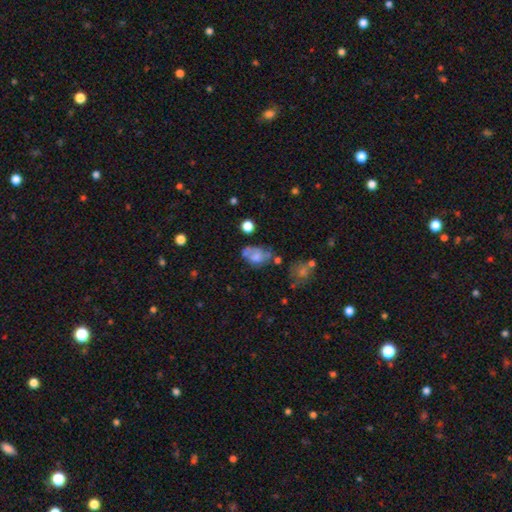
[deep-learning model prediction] The model was most divided on "merging": none: 30%, minor disturbance: 24%, merger: 23%, major disturbance: 22%. More confident: how rounded — in between (79%); smooth or featured — smooth (57%).